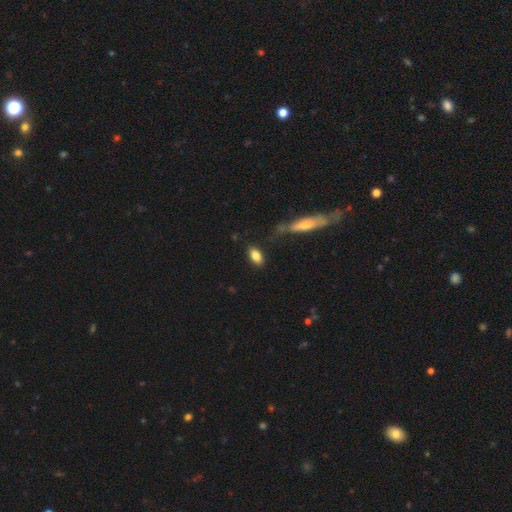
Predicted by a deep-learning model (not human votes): This is clearly a smooth galaxy (82%). How rounded: clearly in between (88%). Merging: clearly none (80%).